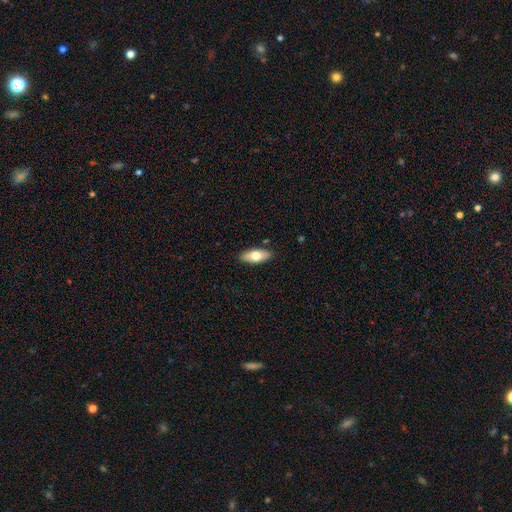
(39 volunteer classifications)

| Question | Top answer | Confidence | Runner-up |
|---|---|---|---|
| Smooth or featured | smooth | 64% | featured or disk (36%) |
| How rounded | in between | 92% | cigar-shaped (8%) |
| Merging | none | 87% | minor disturbance (13%) |